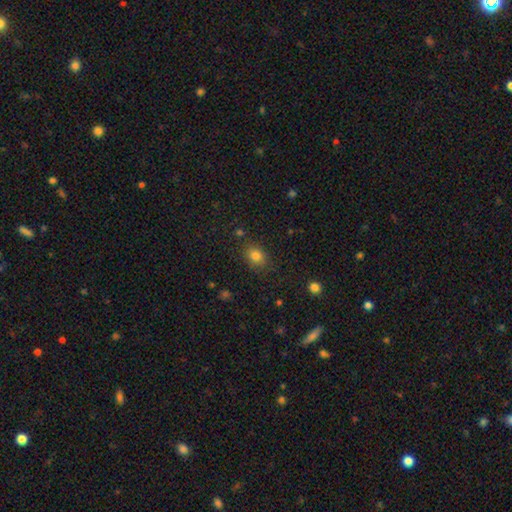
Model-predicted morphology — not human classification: Smooth or featured? smooth (81%)
How rounded? in between (55%)
Merging? none (82%)